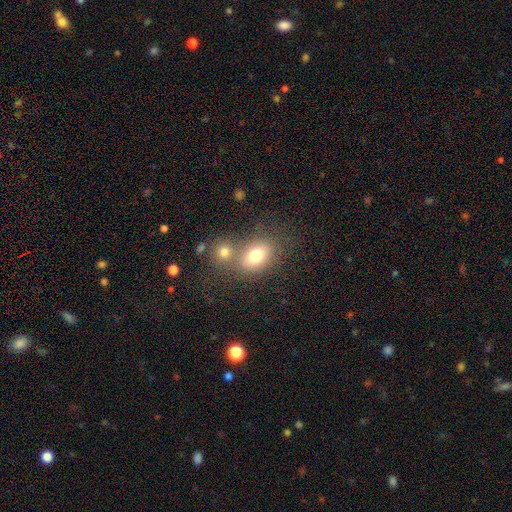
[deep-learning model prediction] A smooth galaxy with no disk features (75%) that is in between round and cigar-shaped (70%). Merging: none (48%).